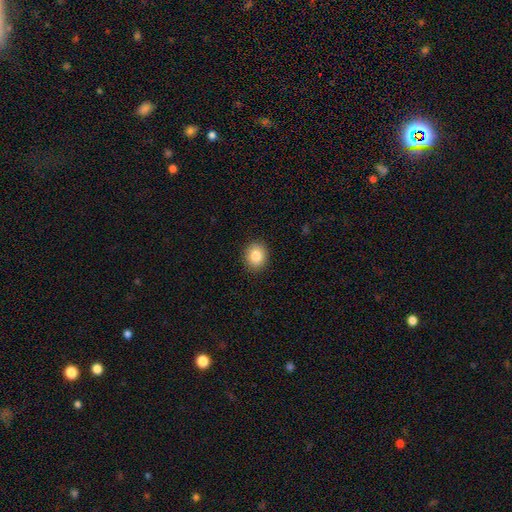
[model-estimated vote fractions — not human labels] Morphology: type=smooth (86%); roundness=round (69%); merging=none (91%).